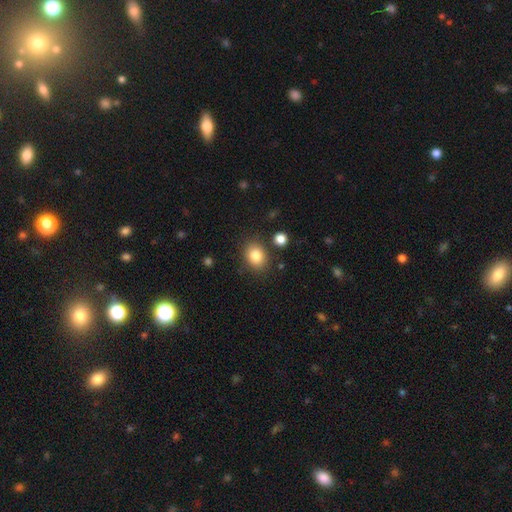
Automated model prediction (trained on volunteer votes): The model was most divided on "how rounded": in between: 53%, round: 46%, cigar-shaped: 1%. More confident: smooth or featured — smooth (83%); merging — none (83%).